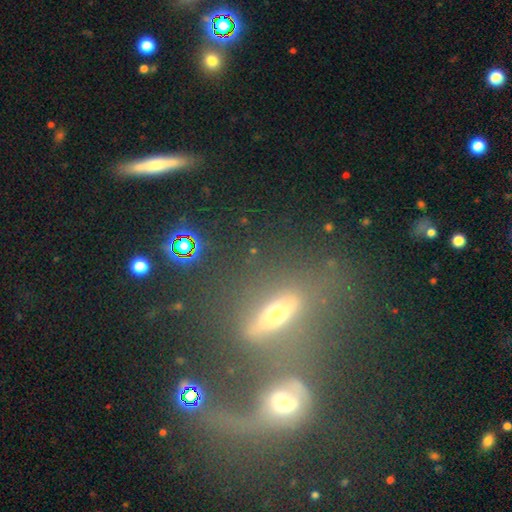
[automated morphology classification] Smooth or featured: featured or disk — 48% (smooth — 32%)
Merging: none — 42% (merger — 37%)